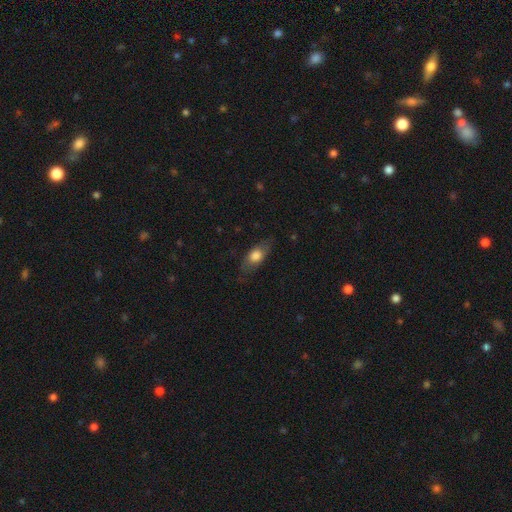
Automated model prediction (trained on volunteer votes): smooth_or_featured: smooth (p=0.66) [alt: featured or disk p=0.27]
how_rounded: in between (p=0.78) [alt: cigar-shaped p=0.14]
merging: none (p=0.73) [alt: minor disturbance p=0.19]